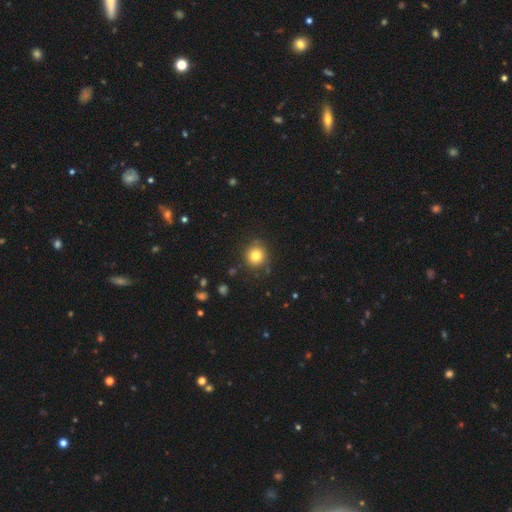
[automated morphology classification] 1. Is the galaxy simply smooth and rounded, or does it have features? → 80% smooth, 12% star or artifact, 8% featured or disk.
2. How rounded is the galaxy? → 92% round, 7% in between, 1% cigar-shaped.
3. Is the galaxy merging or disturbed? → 87% none, 9% minor disturbance, 3% major disturbance, 2% merger.